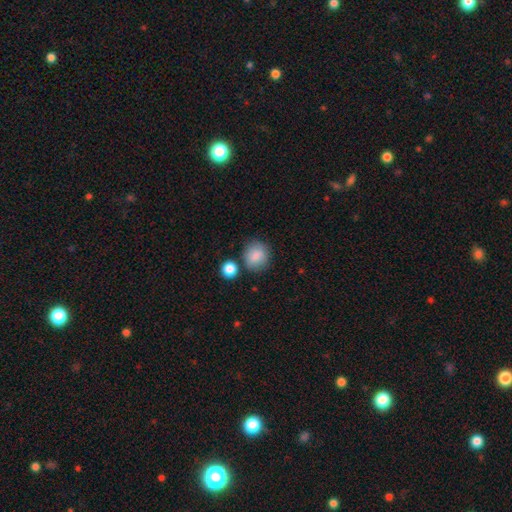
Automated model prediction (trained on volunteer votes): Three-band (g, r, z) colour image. It shows a smooth galaxy with no disk features (84%) that is round (76%). Merging: none (75%).